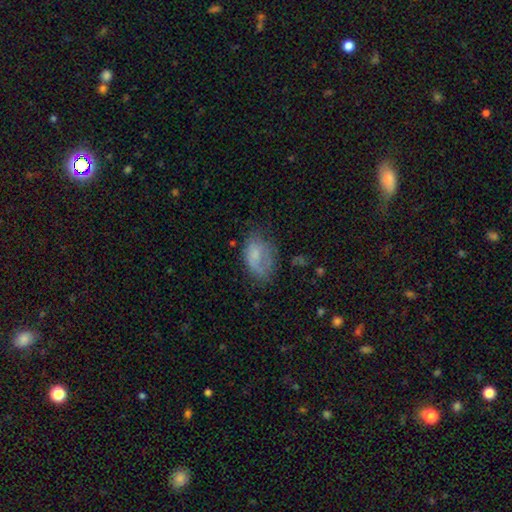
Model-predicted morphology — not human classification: Smooth or featured: smooth — 63% (featured or disk — 28%)
How rounded: in between — 87% (round — 11%)
Merging: none — 39% (minor disturbance — 30%)